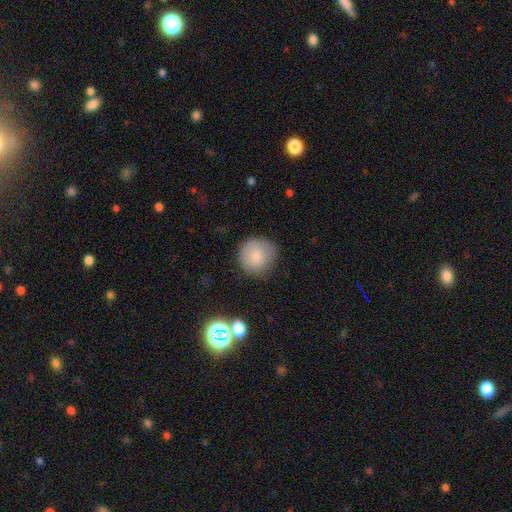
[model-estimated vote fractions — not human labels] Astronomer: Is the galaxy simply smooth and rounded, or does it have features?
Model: smooth — 82%.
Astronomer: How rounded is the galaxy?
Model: round — 92%.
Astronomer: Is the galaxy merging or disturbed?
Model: none — 78%.